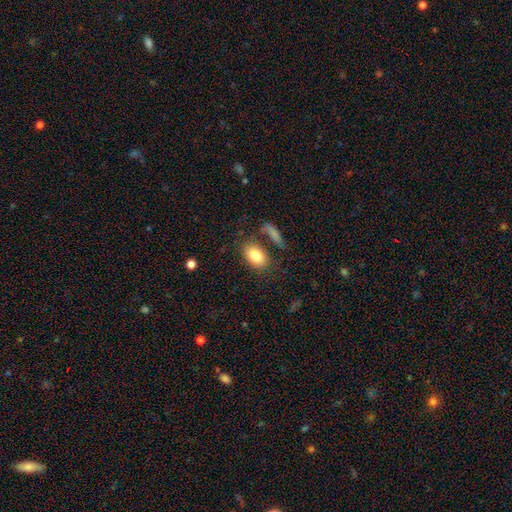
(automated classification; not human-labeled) This appears to be a smooth galaxy with no disk features (82%) that is in between round and cigar-shaped (87%). Merging: none (65%).